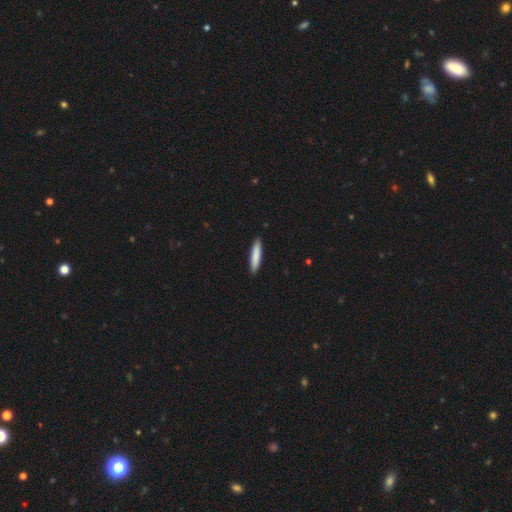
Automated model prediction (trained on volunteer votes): Overall: smooth (83%). How rounded: cigar-shaped (90%). Merging: none (91%).